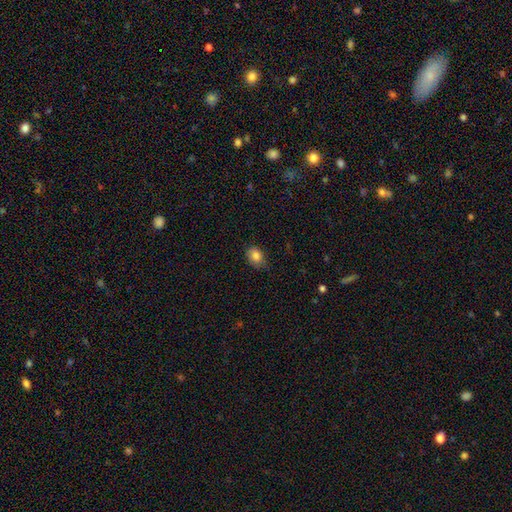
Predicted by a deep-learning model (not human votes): A smooth galaxy with no disk features (84%) that is in between round and cigar-shaped (64%). Merging: none (74%).